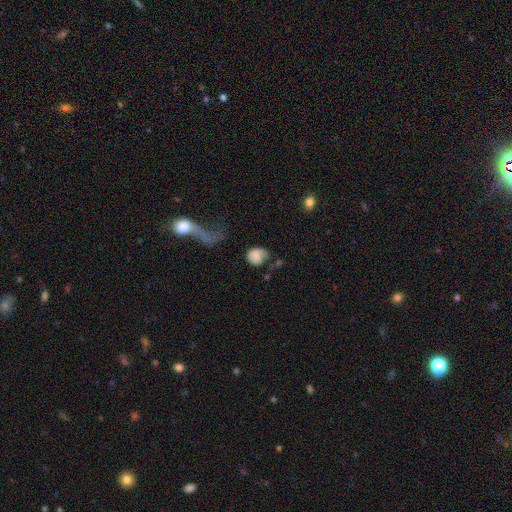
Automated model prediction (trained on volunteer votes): Morphology: type=smooth (71%); roundness=round (63%); merging=none (39%).